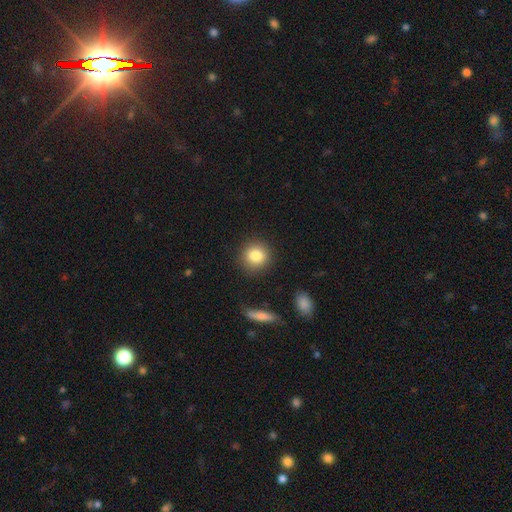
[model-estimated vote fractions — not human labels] Smooth or featured: smooth — 84% (star or artifact — 9%)
How rounded: round — 88% (in between — 11%)
Merging: none — 87% (minor disturbance — 8%)